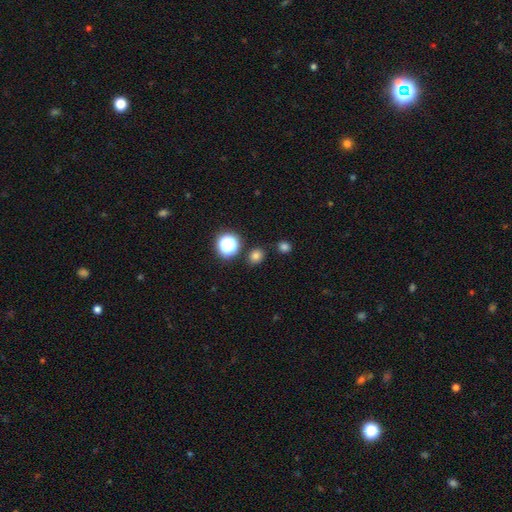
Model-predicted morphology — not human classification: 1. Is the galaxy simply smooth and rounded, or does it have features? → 75% smooth, 20% star or artifact, 5% featured or disk.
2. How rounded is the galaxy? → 64% round, 35% in between, 1% cigar-shaped.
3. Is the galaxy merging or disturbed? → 83% none, 9% minor disturbance, 5% merger, 3% major disturbance.